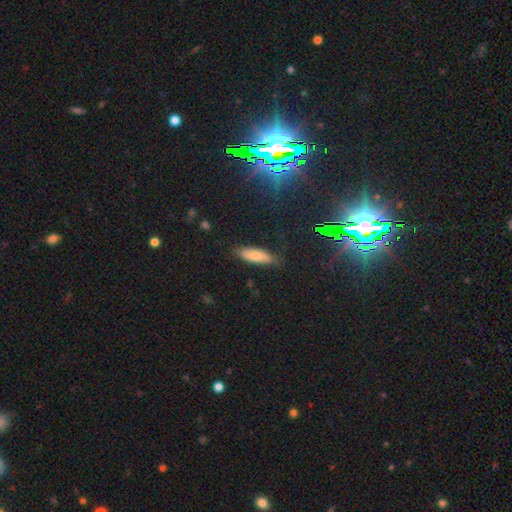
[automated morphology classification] This appears to be a smooth galaxy with no disk features (76%) that is in between round and cigar-shaped (59%). Merging: none (77%).